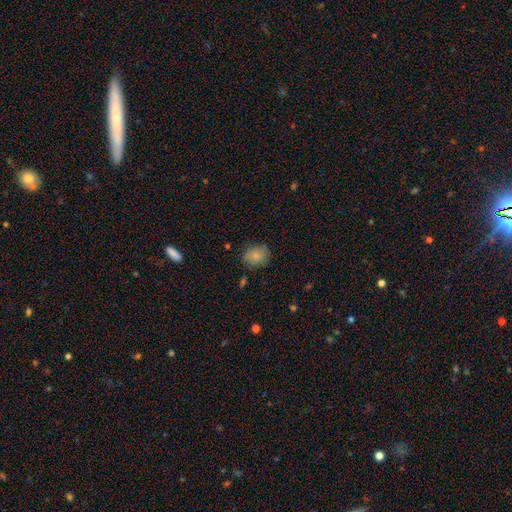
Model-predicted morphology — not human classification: This is clearly a smooth galaxy (83%). How rounded: possibly round (58%). Merging: likely none (76%).